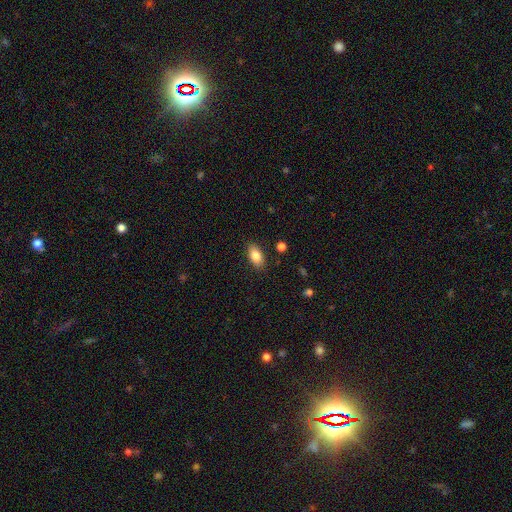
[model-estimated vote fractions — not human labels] The model was most divided on "smooth or featured": smooth: 84%, featured or disk: 8%, star or artifact: 8%. More confident: how rounded — in between (91%); merging — none (87%).